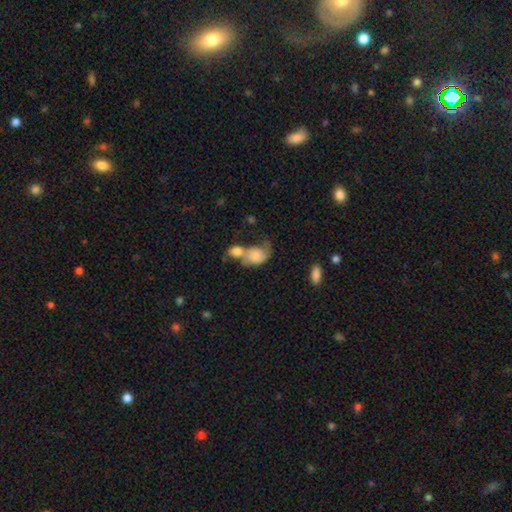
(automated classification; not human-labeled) smooth-or-featured: smooth: 71% | featured or disk: 21% | star or artifact: 7%
  how-rounded: in between: 70% | round: 28% | cigar-shaped: 2%
  merging: merger: 64% | none: 15% | major disturbance: 11% | minor disturbance: 10%